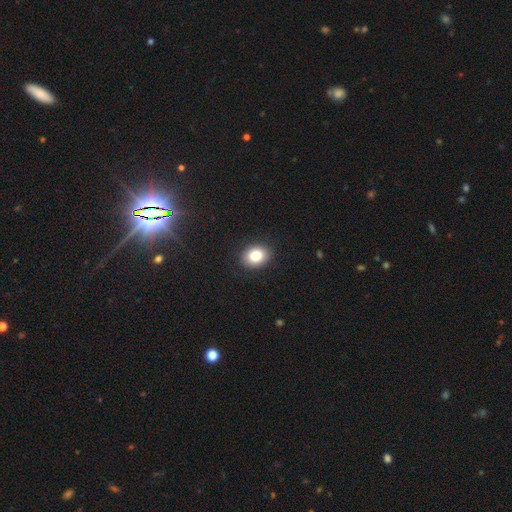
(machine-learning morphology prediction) Smooth or featured? Predicted: smooth (p=0.86). How rounded? Predicted: in between (p=0.57). Merging? Predicted: none (p=0.89).